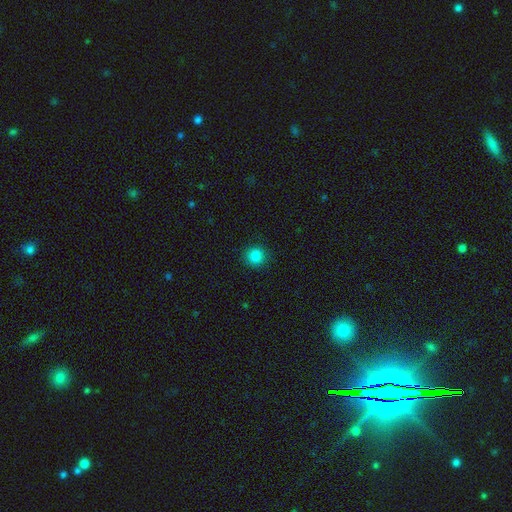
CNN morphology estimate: smooth_or_featured: smooth (p=0.84) [alt: star or artifact p=0.12]
how_rounded: round (p=0.92) [alt: in between p=0.07]
merging: none (p=0.91) [alt: minor disturbance p=0.06]